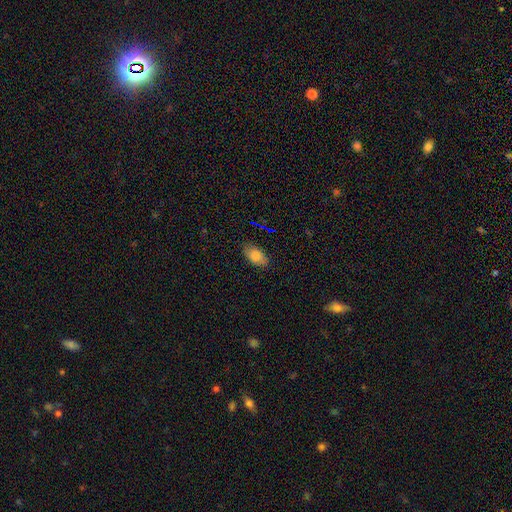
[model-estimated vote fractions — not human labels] A smooth galaxy with no disk features (79%) that is in between round and cigar-shaped (92%).

Vote fractions:
- Smooth or featured? smooth: 79% / featured or disk: 12% / star or artifact: 9%
- How rounded? in between: 92% / round: 5% / cigar-shaped: 3%
- Merging? none: 84% / minor disturbance: 13% / major disturbance: 2% / merger: 1%